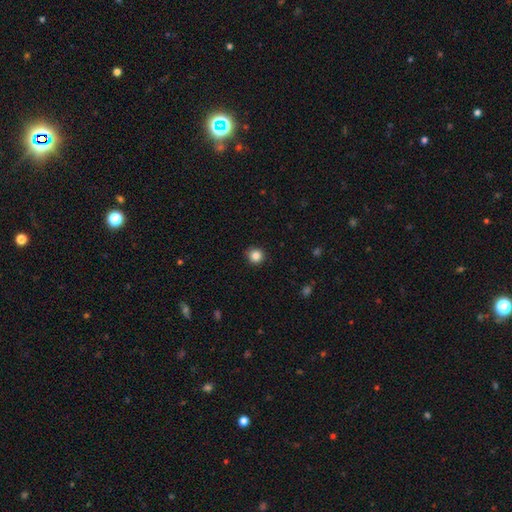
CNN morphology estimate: This is clearly a smooth galaxy (85%). How rounded: clearly round (94%). Merging: clearly none (90%).